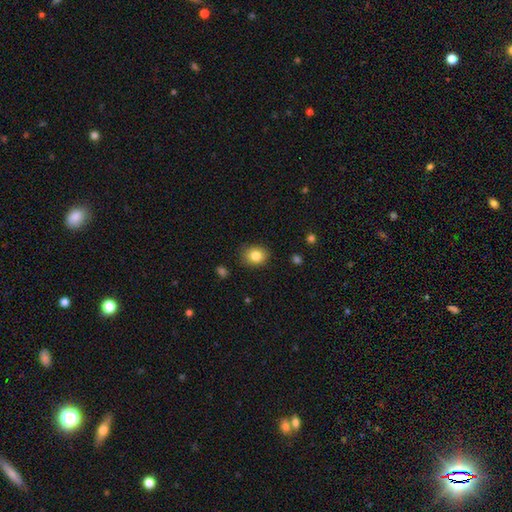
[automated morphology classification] A smooth galaxy with no disk features (82%) that is round (58%).

Vote fractions:
- Smooth or featured? smooth: 82% / star or artifact: 10% / featured or disk: 8%
- How rounded? round: 58% / in between: 41% / cigar-shaped: 1%
- Merging? none: 85% / minor disturbance: 11% / major disturbance: 2% / merger: 1%